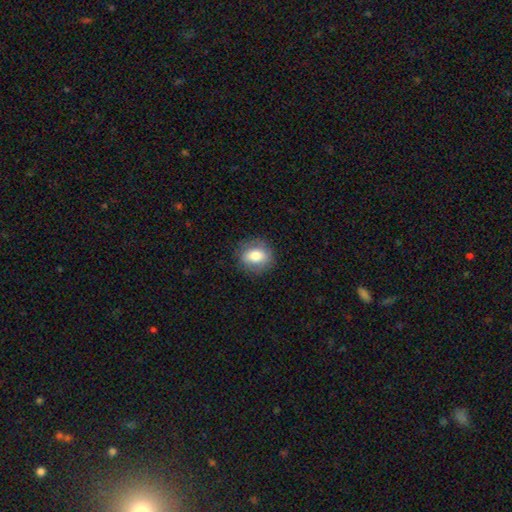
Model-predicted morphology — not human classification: Overall: smooth (75%). How rounded: round (52%; in between 47%). Merging: none (82%).